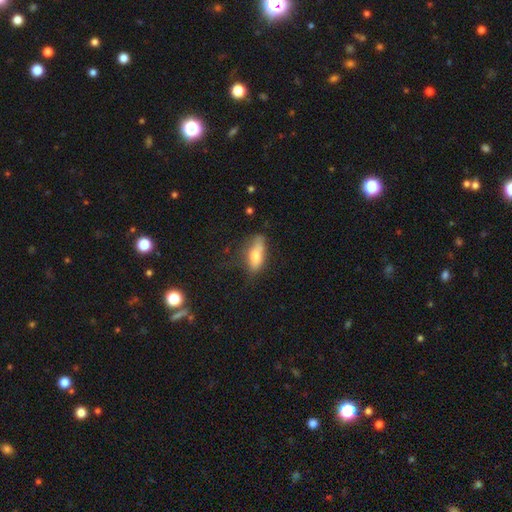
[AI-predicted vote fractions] smooth_or_featured: smooth (p=0.71) [alt: featured or disk p=0.21]
how_rounded: in between (p=0.72) [alt: cigar-shaped p=0.25]
merging: none (p=0.51) [alt: minor disturbance p=0.31]